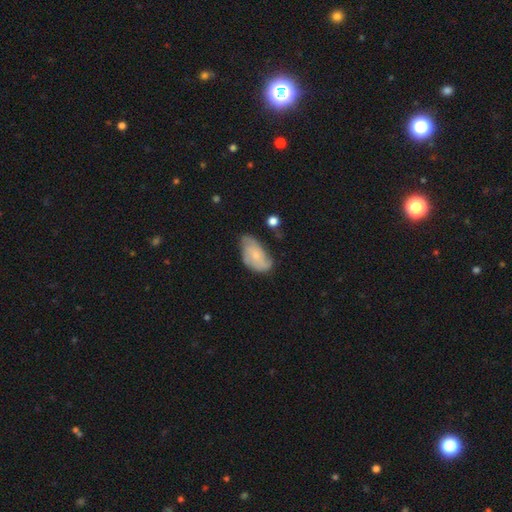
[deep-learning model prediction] Q: Smooth or featured?
A: featured or disk (55%); runner-up: smooth (39%)
Q: Edge-on disk?
A: no (96%); runner-up: yes (4%)
Q: Bar?
A: no (75%); runner-up: weak (21%)
Q: Spiral arms?
A: yes (84%); runner-up: no (16%)
Q: Bulge size?
A: small (67%); runner-up: moderate (24%)
Q: Merging?
A: none (53%); runner-up: minor disturbance (33%)